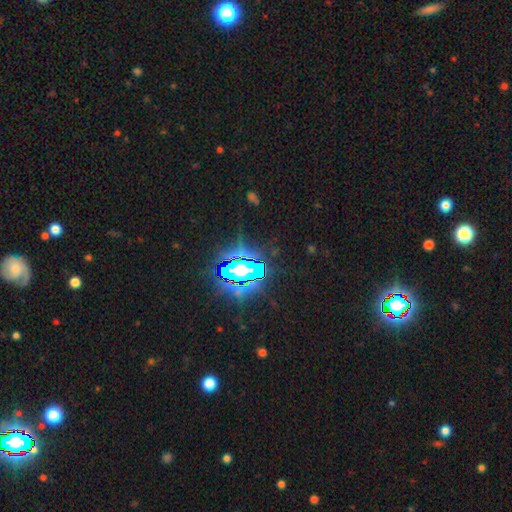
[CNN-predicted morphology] Overall: star or artifact (83%).